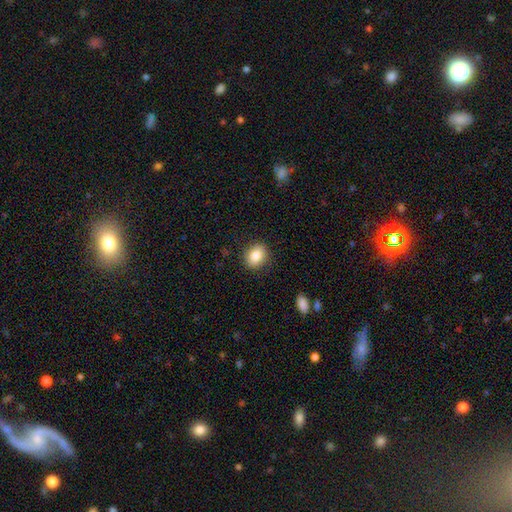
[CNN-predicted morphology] The model was most divided on "how rounded": in between: 58%, round: 41%, cigar-shaped: 1%. More confident: merging — none (88%); smooth or featured — smooth (84%).